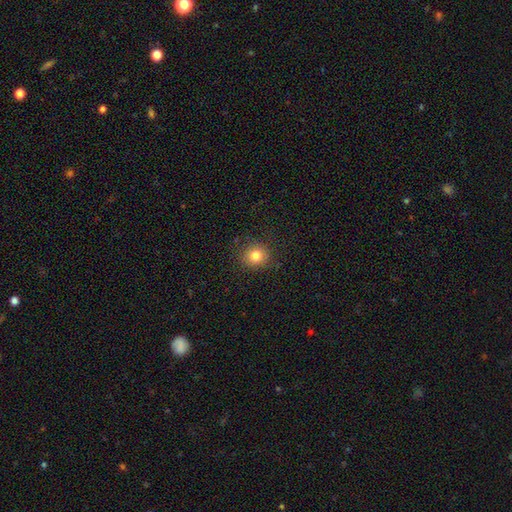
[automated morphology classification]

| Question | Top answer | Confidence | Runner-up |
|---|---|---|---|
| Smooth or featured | smooth | 81% | star or artifact (12%) |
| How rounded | round | 88% | in between (11%) |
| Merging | none | 88% | minor disturbance (8%) |